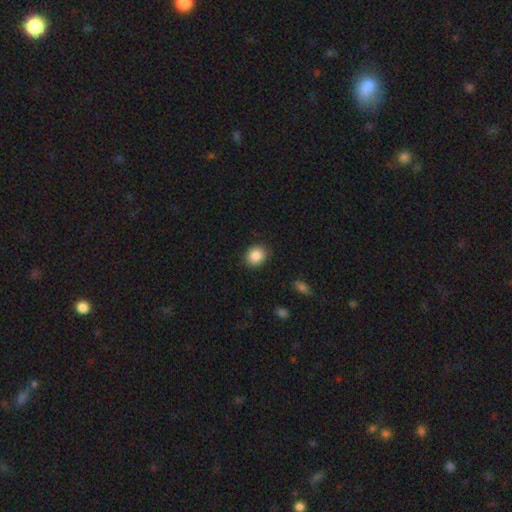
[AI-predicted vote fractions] smooth_or_featured: smooth (p=0.87) [alt: star or artifact p=0.08]
how_rounded: round (p=0.69) [alt: in between p=0.30]
merging: none (p=0.89) [alt: minor disturbance p=0.08]